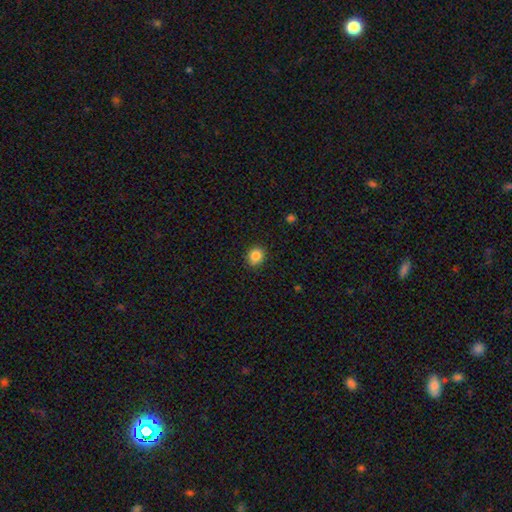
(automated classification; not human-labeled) Overall: smooth (85%). How rounded: round (71%). Merging: none (87%).